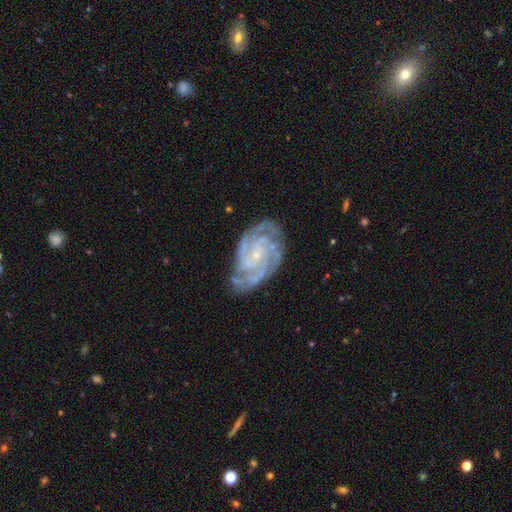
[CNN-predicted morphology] This appears to be a featured or disk galaxy (89%) with no bar (64%), 3 (27%) tight (67%) spiral arms (98%) and a small central bulge (82%). Merging: none (73%).